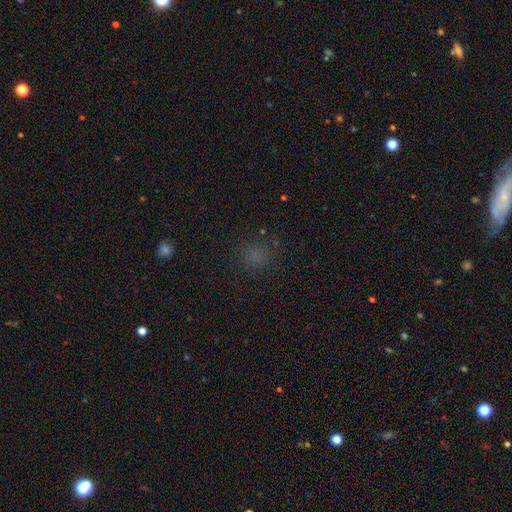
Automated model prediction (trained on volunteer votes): The model was most divided on "smooth or featured": smooth: 67%, star or artifact: 26%, featured or disk: 7%. More confident: merging — none (80%); how rounded — round (78%).